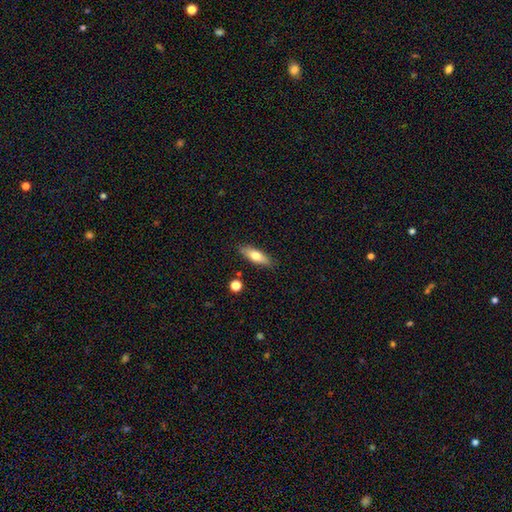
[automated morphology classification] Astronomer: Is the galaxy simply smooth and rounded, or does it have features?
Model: smooth — 68%.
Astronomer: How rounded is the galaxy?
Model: in between — 55% (runner-up: cigar-shaped, 42%).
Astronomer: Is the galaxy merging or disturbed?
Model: none — 86%.